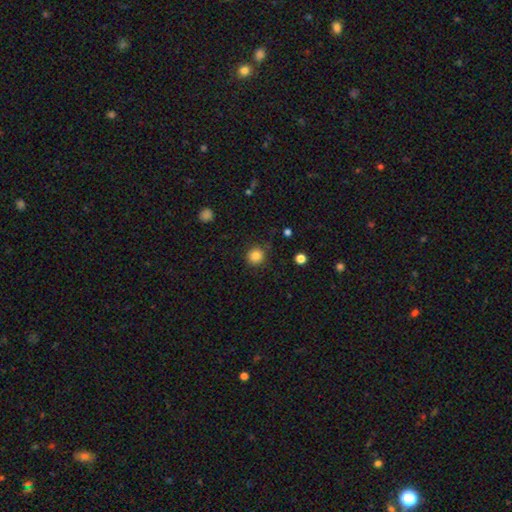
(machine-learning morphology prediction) The model was most divided on "merging": none: 84%, minor disturbance: 11%, major disturbance: 3%, merger: 2%. More confident: how rounded — round (91%); smooth or featured — smooth (85%).